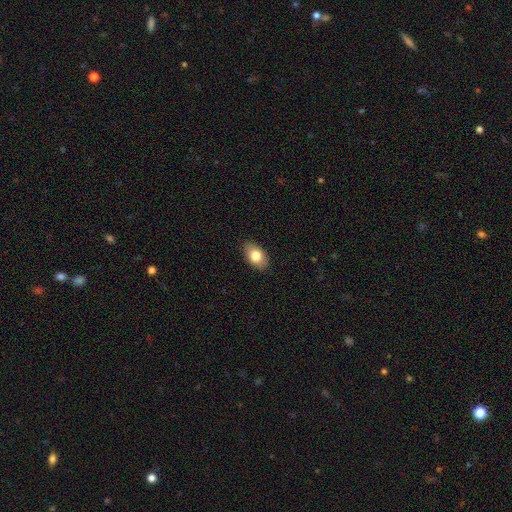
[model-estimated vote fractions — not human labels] A smooth galaxy with no disk features (80%) that is in between round and cigar-shaped (90%). Merging: none (87%).